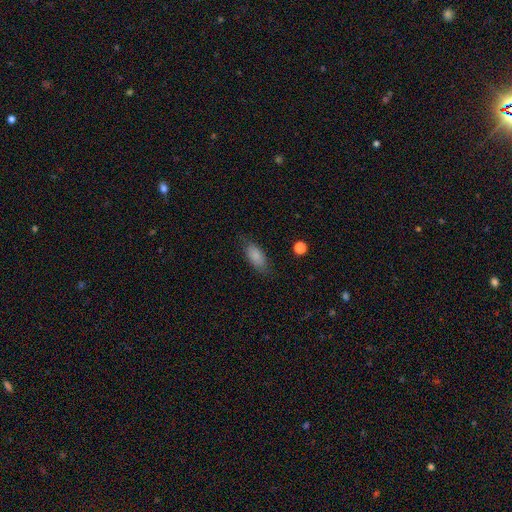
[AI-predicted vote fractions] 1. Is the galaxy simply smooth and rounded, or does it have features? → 84% smooth, 9% featured or disk, 7% star or artifact.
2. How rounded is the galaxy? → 88% in between, 10% cigar-shaped, 3% round.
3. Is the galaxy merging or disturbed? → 76% none, 17% minor disturbance, 5% major disturbance, 1% merger.